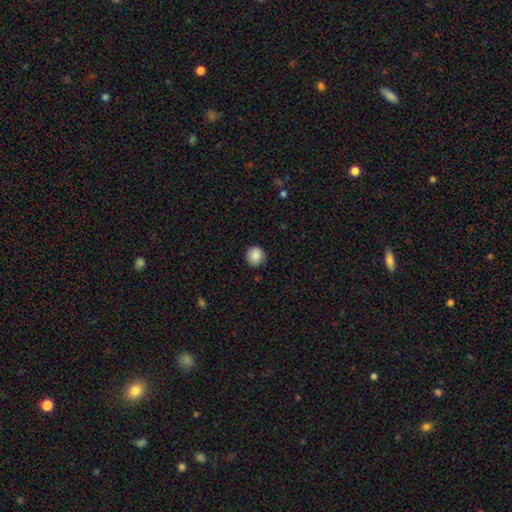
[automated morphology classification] A smooth galaxy with no disk features (87%) that is round (91%).

Vote fractions:
- Smooth or featured? smooth: 87% / star or artifact: 8% / featured or disk: 4%
- How rounded? round: 91% / in between: 8% / cigar-shaped: 1%
- Merging? none: 88% / minor disturbance: 9% / major disturbance: 2% / merger: 1%